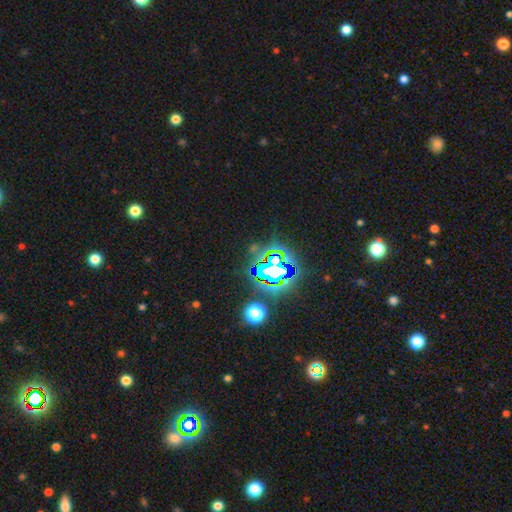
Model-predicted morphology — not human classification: Smooth or featured? Predicted: star or artifact (p=0.84).